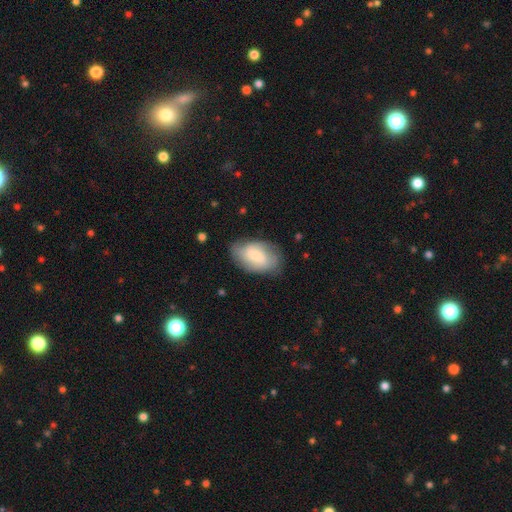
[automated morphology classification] Smooth or featured? Predicted: smooth (p=0.62). How rounded? Predicted: in between (p=0.92). Merging? Predicted: none (p=0.68).